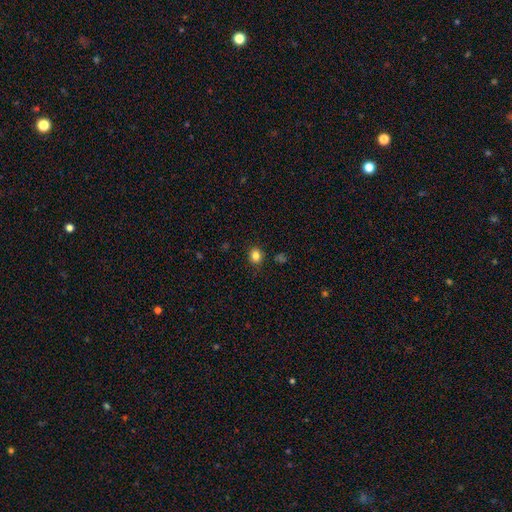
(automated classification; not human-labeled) Morphology: type=smooth (83%); roundness=round (65%); merging=none (87%).